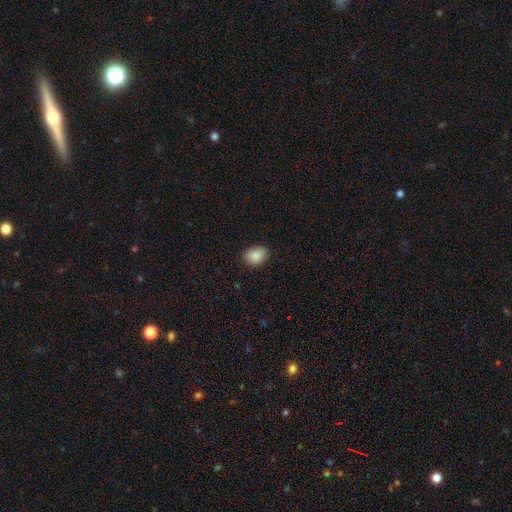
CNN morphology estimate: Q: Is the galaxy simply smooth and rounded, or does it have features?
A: smooth — 88%.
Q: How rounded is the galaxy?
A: in between — 69%.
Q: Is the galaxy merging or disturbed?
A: none — 85%.